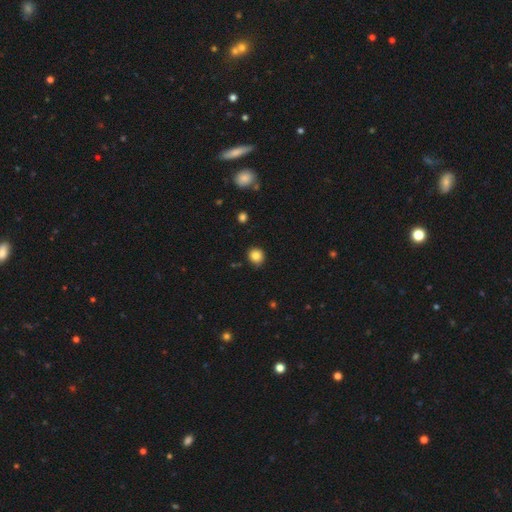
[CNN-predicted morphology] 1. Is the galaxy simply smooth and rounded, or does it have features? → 84% smooth, 11% star or artifact, 6% featured or disk.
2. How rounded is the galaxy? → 84% round, 15% in between, 1% cigar-shaped.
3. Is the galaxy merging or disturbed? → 82% none, 14% minor disturbance, 2% major disturbance, 2% merger.